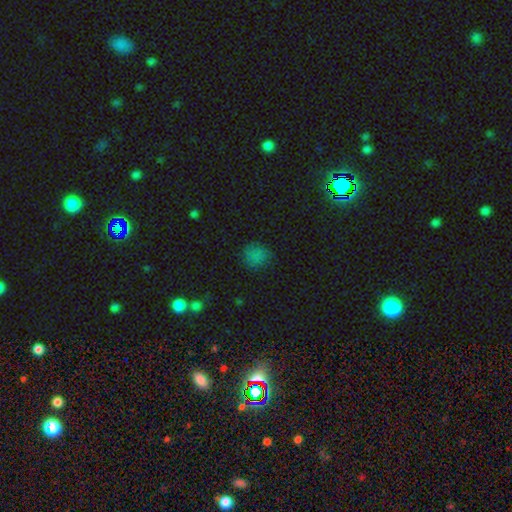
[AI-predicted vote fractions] Smooth or featured? smooth (72%)
How rounded? round (82%)
Merging? none (73%)